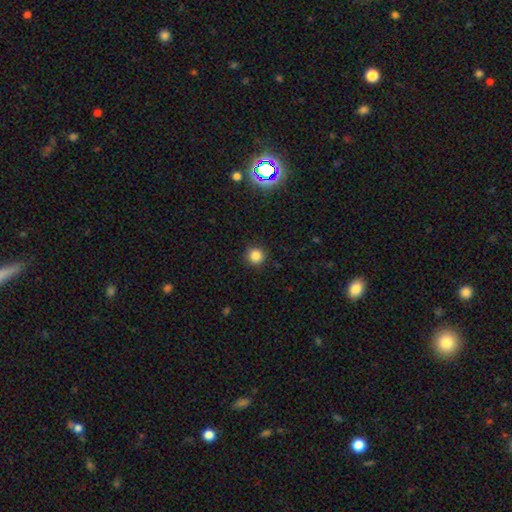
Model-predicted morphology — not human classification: smooth_or_featured: smooth (p=0.84) [alt: star or artifact p=0.12]
how_rounded: round (p=0.94) [alt: in between p=0.05]
merging: none (p=0.91) [alt: minor disturbance p=0.06]